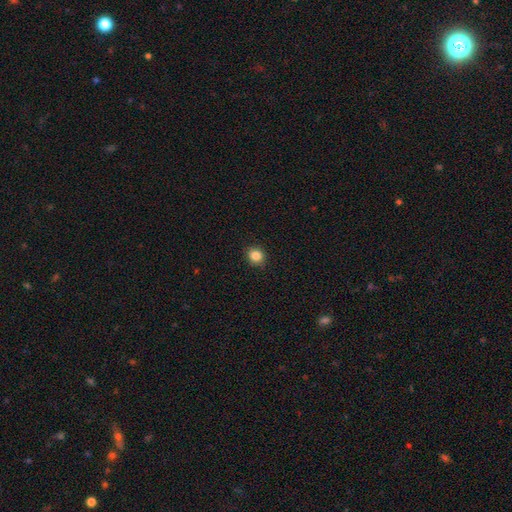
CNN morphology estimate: smooth-or-featured: smooth: 85% | star or artifact: 11% | featured or disk: 4%
  how-rounded: round: 83% | in between: 16% | cigar-shaped: 1%
  merging: none: 90% | minor disturbance: 7% | major disturbance: 2% | merger: 1%